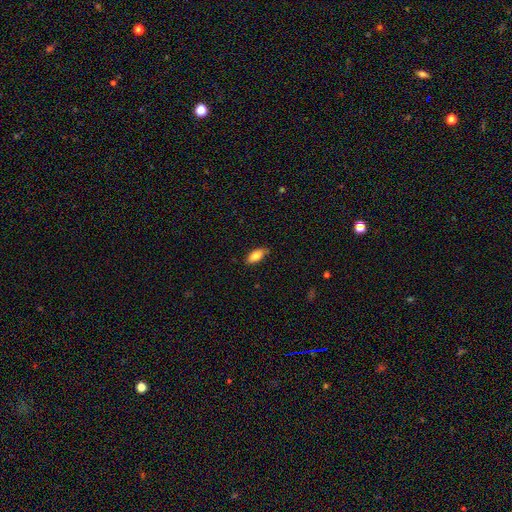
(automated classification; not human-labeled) A smooth galaxy with no disk features (80%) that is in between round and cigar-shaped (88%). Merging: none (80%).